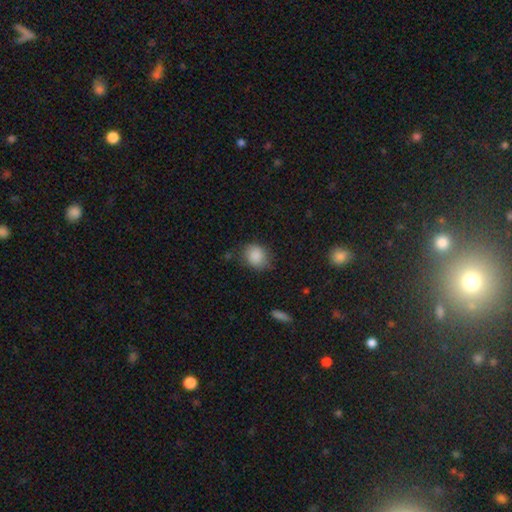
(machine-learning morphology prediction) A smooth galaxy with no disk features (86%) that is round (65%). Merging: none (69%).